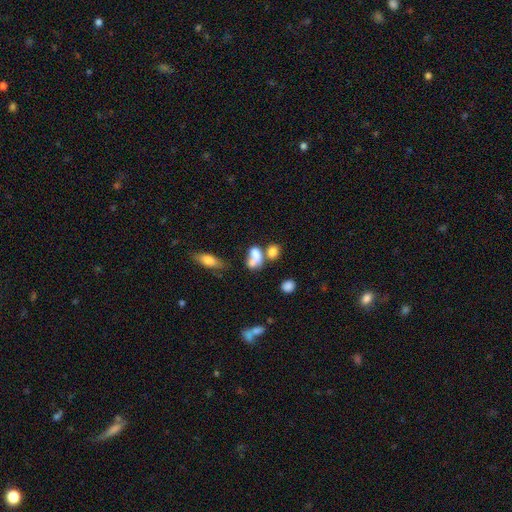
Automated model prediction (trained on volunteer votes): A smooth galaxy with no disk features (71%) that is in between round and cigar-shaped (74%).

Vote fractions:
- Smooth or featured? smooth: 71% / featured or disk: 17% / star or artifact: 12%
- How rounded? in between: 74% / round: 21% / cigar-shaped: 5%
- Merging? merger: 55% / none: 26% / minor disturbance: 11% / major disturbance: 9%